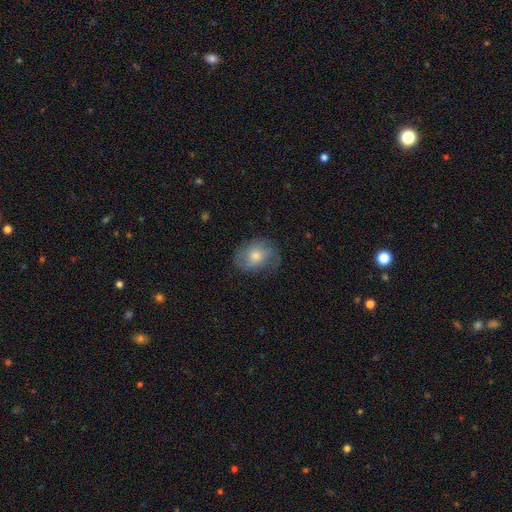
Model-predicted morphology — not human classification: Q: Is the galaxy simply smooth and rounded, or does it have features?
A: smooth — 54%.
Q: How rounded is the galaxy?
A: in between — 51%.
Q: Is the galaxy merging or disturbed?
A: none — 66%.